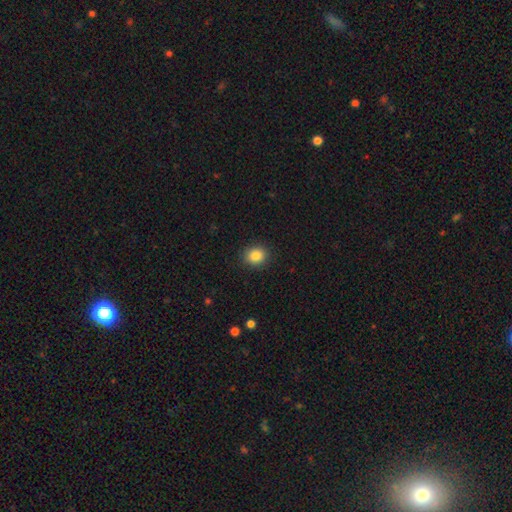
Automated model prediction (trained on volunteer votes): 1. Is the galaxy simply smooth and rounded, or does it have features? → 86% smooth, 9% star or artifact, 5% featured or disk.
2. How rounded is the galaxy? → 67% round, 32% in between, 1% cigar-shaped.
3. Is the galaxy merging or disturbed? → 90% none, 7% minor disturbance, 2% major disturbance, 1% merger.